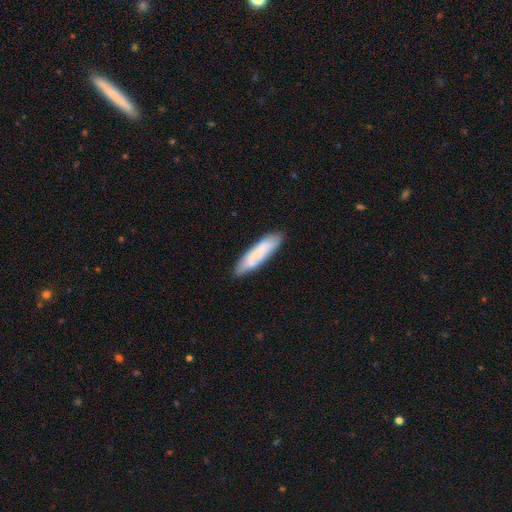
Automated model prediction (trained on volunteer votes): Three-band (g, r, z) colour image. It shows a smooth galaxy with no disk features (72%) that is cigar-shaped (74%). Merging: none (81%).